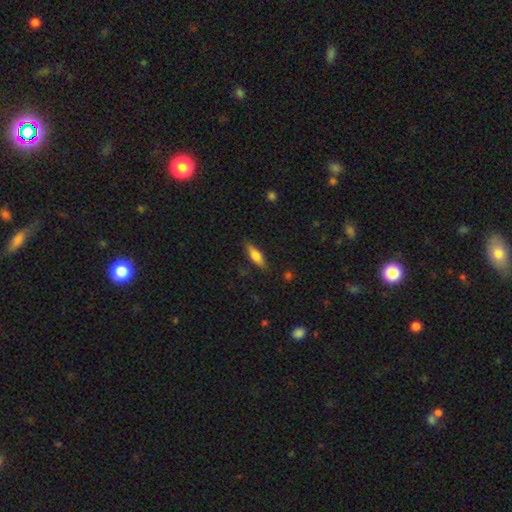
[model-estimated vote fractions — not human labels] The model was most divided on "how rounded": cigar-shaped: 49%, in between: 48%, round: 3%. More confident: merging — none (83%); smooth or featured — smooth (61%).